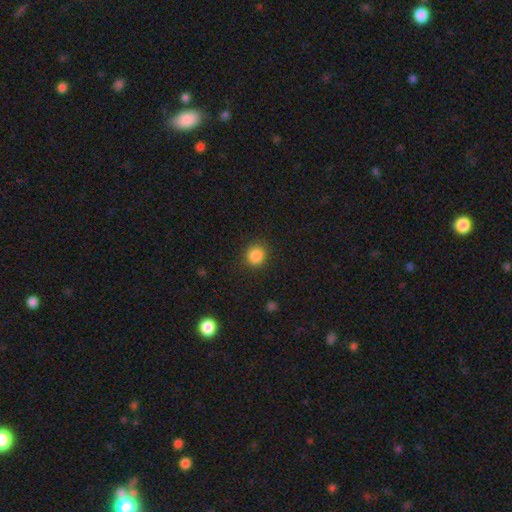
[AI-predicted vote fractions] This is clearly a smooth galaxy (86%). How rounded: clearly round (83%). Merging: clearly none (88%).